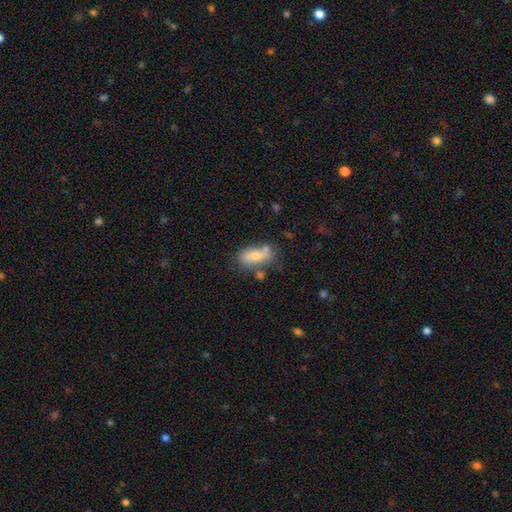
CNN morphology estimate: This is likely a smooth galaxy (70%). How rounded: clearly in between (83%). Merging: possibly none (56%).